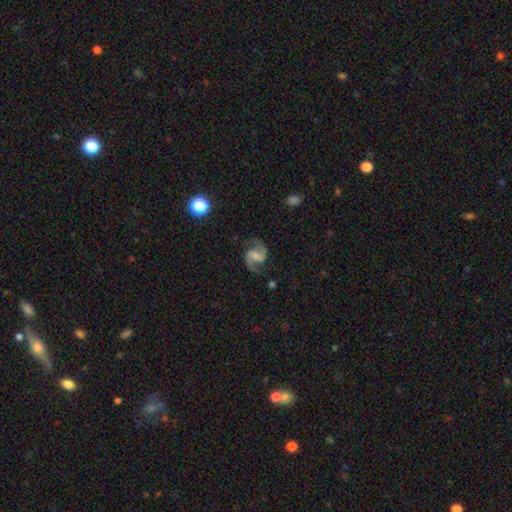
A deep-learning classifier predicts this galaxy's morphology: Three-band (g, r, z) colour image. It shows a featured or disk galaxy (88%) with a weak bar (46%), 2 (94%) medium (56%) spiral arms (98%) and no central bulge (44%). Merging: none (79%).